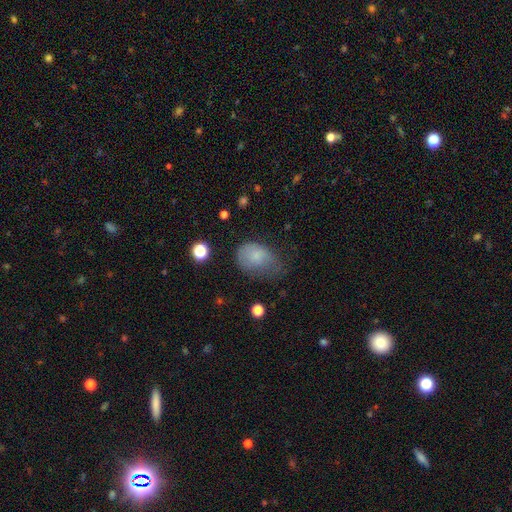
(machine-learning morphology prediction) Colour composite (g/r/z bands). It shows a smooth galaxy with no disk features (76%) that is in between round and cigar-shaped (75%). Merging: minor disturbance (39%).